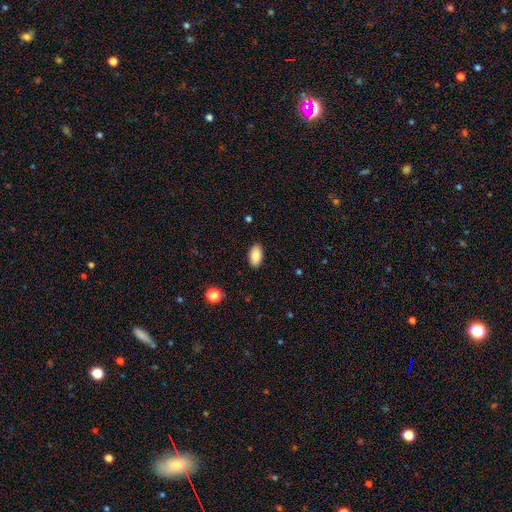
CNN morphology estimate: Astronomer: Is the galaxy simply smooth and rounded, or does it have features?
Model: smooth — 87%.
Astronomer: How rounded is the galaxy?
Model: in between — 94%.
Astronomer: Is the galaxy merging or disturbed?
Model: none — 88%.